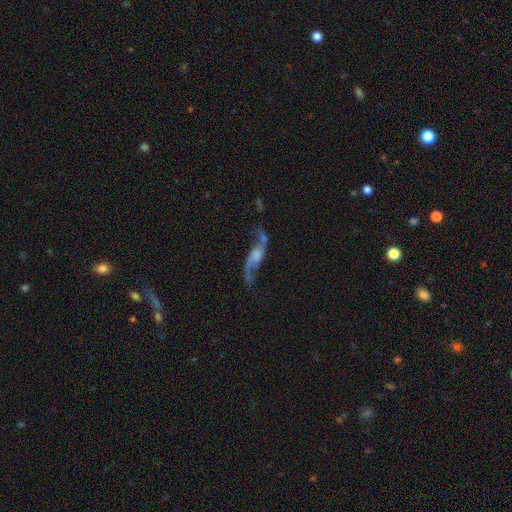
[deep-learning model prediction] Smooth or featured?
  - featured or disk: 81% *
  - smooth: 12%
  - star or artifact: 7%
Edge-on disk?
  - no: 88% *
  - yes: 12%
Bar?
  - no: 57% *
  - weak: 35%
  - strong: 9%
Spiral arms?
  - yes: 93% *
  - no: 7%
Spiral winding?
  - loose: 85% *
  - medium: 12%
  - tight: 3%
Spiral arm count?
  - 2: 91% *
  - 1: 3%
  - can't tell: 2%
  - 3: 1%
  - 4: 1%
  - more than 4: 1%
Bulge size?
  - moderate: 28% * (tied)
  - none: 28% * (tied)
  - small: 22%
  - large: 19%
  - dominant: 3%
Merging?
  - none: 56% *
  - minor disturbance: 20%
  - major disturbance: 15%
  - merger: 9%